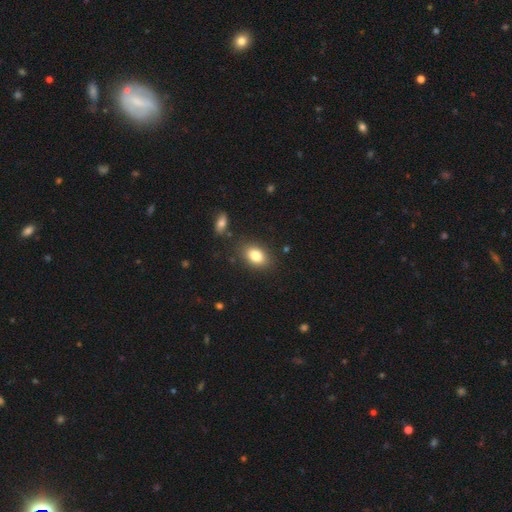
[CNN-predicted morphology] The model was most divided on "how rounded": in between: 84%, round: 14%, cigar-shaped: 2%. More confident: merging — none (84%); smooth or featured — smooth (82%).